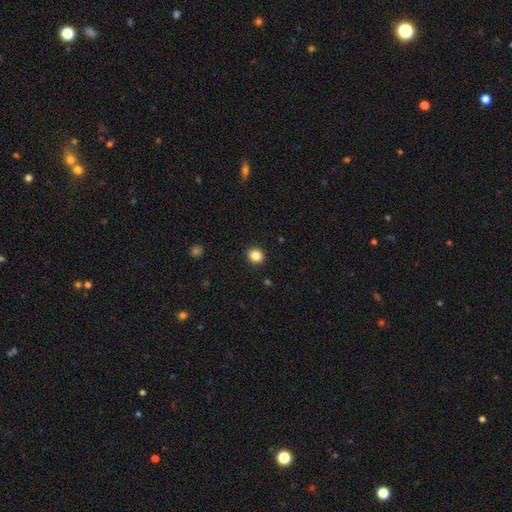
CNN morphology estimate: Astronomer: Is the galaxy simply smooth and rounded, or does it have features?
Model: smooth — 86%.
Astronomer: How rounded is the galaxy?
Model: round — 72%.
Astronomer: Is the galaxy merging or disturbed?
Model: none — 91%.